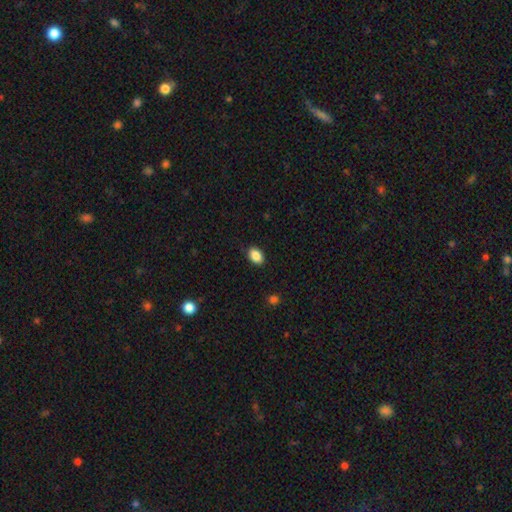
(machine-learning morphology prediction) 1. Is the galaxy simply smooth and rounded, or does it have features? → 88% smooth, 8% star or artifact, 4% featured or disk.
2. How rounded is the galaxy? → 86% in between, 13% round, 1% cigar-shaped.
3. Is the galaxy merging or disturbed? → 87% none, 10% minor disturbance, 2% major disturbance, 1% merger.